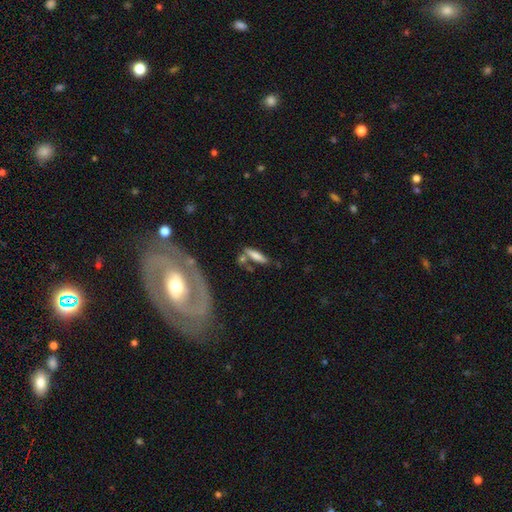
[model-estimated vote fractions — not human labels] The model was most divided on "merging": none: 58%, merger: 20%, minor disturbance: 16%, major disturbance: 6%. More confident: smooth or featured — smooth (73%); how rounded — cigar-shaped (68%).